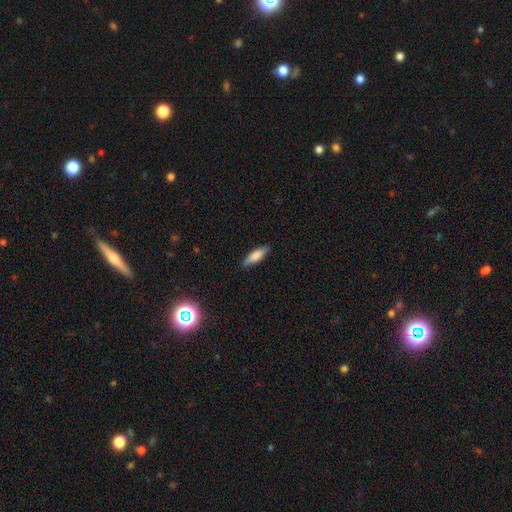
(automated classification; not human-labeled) smooth_or_featured: smooth (p=0.78) [alt: featured or disk p=0.16]
how_rounded: cigar-shaped (p=0.62) [alt: in between p=0.36]
merging: none (p=0.86) [alt: minor disturbance p=0.11]